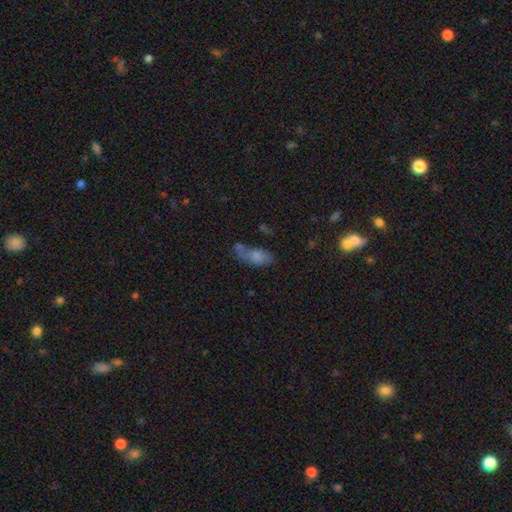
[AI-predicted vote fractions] Smooth or featured? smooth (66%)
How rounded? in between (83%)
Merging? none (33%)